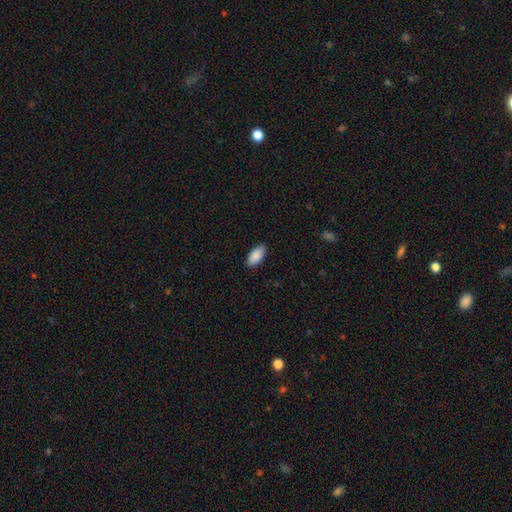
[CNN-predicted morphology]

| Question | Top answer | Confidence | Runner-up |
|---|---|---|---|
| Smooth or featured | smooth | 90% | star or artifact (6%) |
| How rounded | in between | 93% | cigar-shaped (5%) |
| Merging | none | 87% | minor disturbance (10%) |